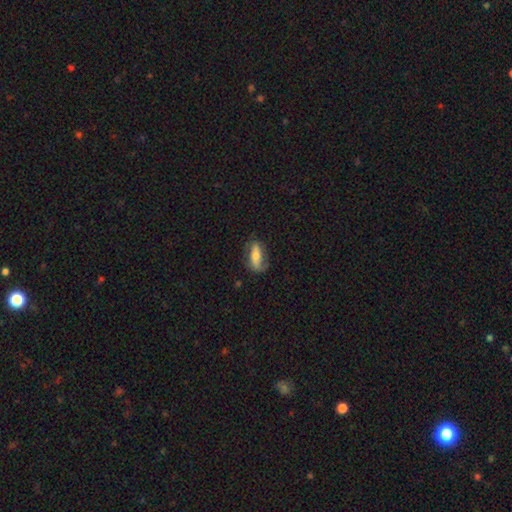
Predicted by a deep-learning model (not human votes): Smooth or featured? Predicted: featured or disk (p=0.47). Merging? Predicted: none (p=0.67).